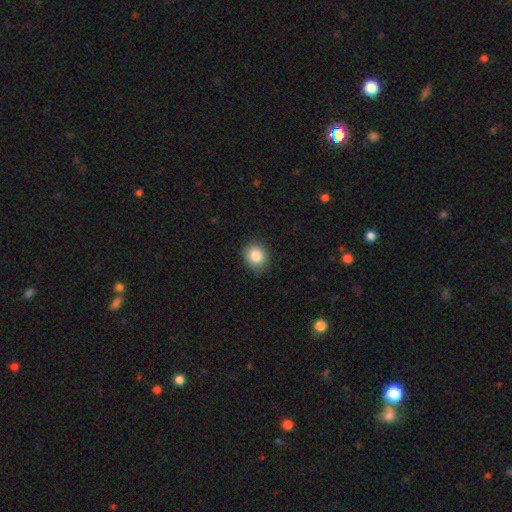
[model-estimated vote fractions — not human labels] The model was most divided on "how rounded": round: 71%, in between: 28%, cigar-shaped: 1%. More confident: smooth or featured — smooth (86%); merging — none (84%).